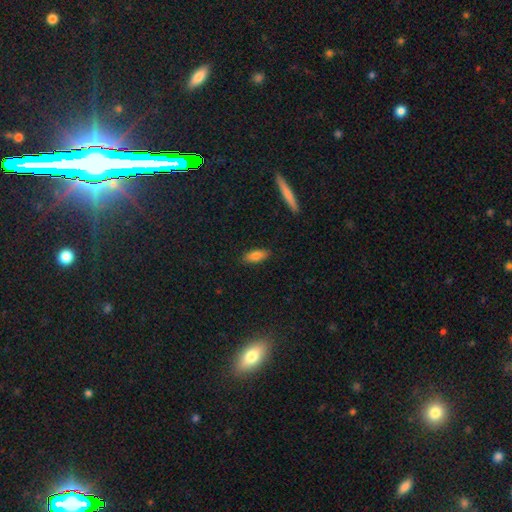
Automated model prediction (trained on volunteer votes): The model was most divided on "how rounded": in between: 73%, cigar-shaped: 25%, round: 2%. More confident: merging — none (87%); smooth or featured — smooth (81%).